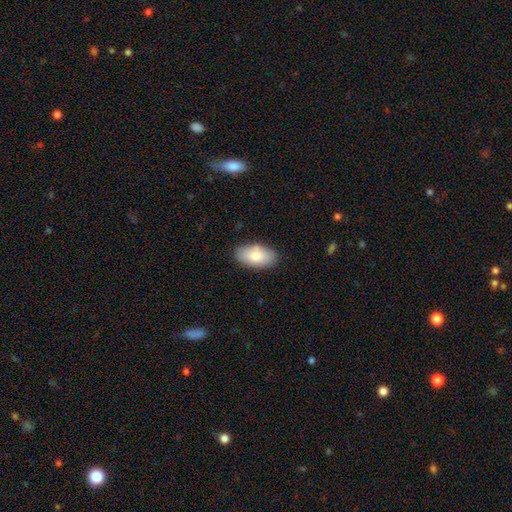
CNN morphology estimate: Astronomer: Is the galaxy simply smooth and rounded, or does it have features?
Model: smooth — 79%.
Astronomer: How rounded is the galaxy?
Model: in between — 94%.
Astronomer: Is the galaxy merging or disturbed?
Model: none — 87%.